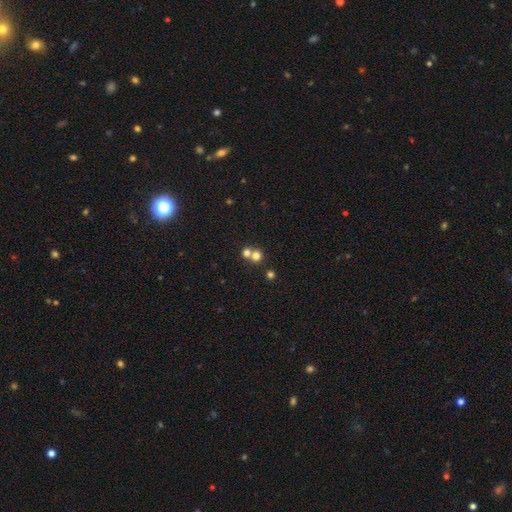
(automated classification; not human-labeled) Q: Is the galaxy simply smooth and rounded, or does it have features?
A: smooth — 74%.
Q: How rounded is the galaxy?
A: round — 85%.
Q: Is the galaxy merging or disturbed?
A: merger — 50%.